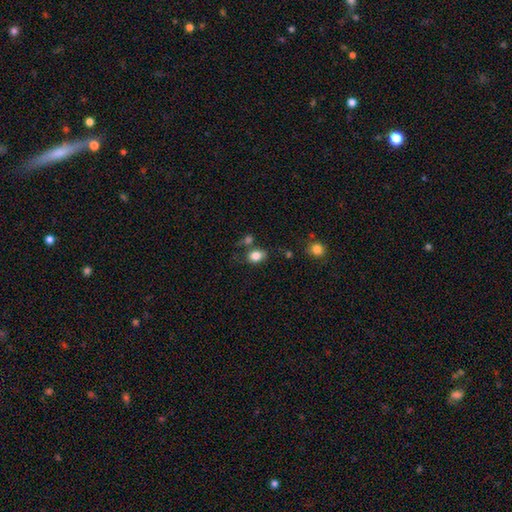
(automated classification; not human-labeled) Smooth or featured? Predicted: smooth (p=0.83). How rounded? Predicted: in between (p=0.67). Merging? Predicted: none (p=0.62).